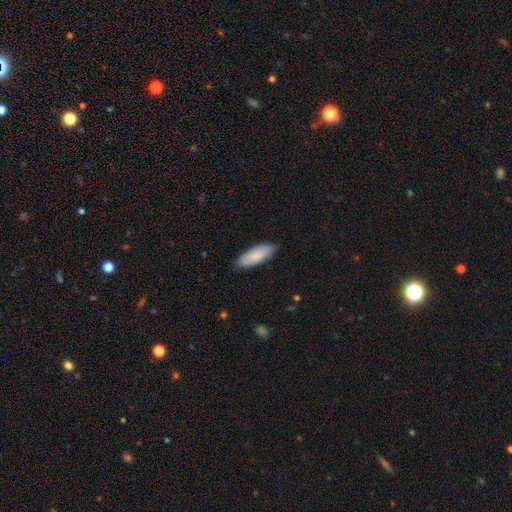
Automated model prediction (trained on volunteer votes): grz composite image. It shows a smooth galaxy with no disk features (87%) that is in between round and cigar-shaped (64%). Merging: none (87%).